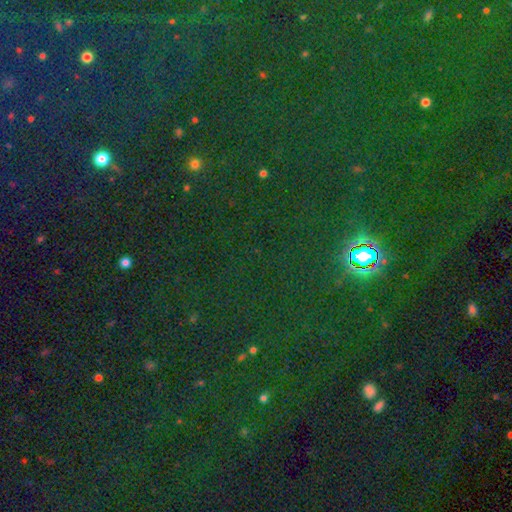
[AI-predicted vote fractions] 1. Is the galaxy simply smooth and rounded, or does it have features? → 79% star or artifact, 12% smooth, 9% featured or disk.